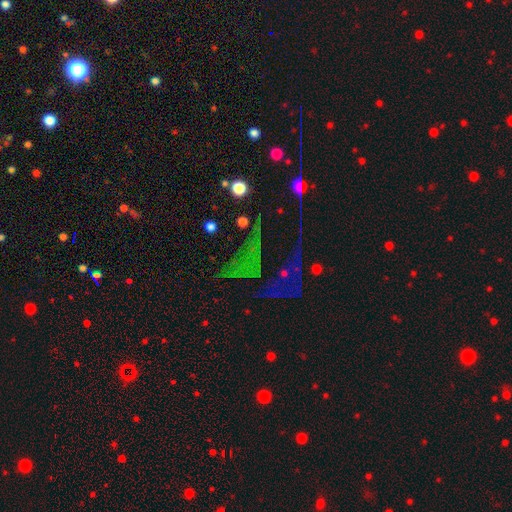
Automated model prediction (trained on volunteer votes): Overall: star or artifact (65%).